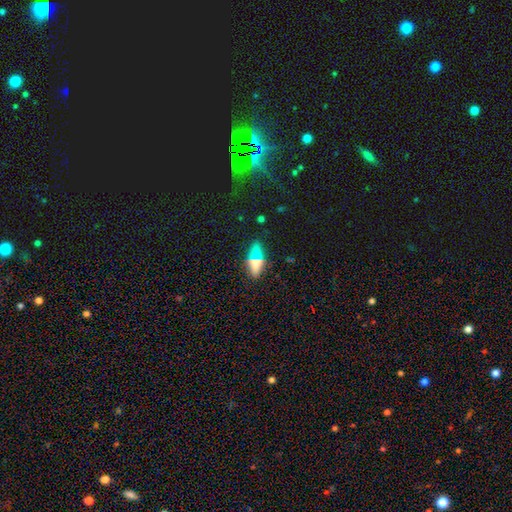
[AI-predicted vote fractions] smooth_or_featured: smooth (p=0.52) [alt: featured or disk p=0.32]
how_rounded: in between (p=0.58) [alt: cigar-shaped p=0.34]
merging: none (p=0.77) [alt: minor disturbance p=0.13]